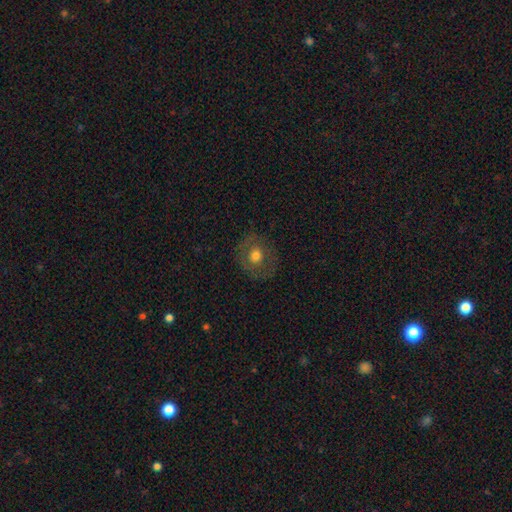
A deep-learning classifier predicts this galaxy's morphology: A smooth galaxy with no disk features (62%) that is round (81%).

Vote fractions:
- Smooth or featured? smooth: 62% / featured or disk: 28% / star or artifact: 10%
- How rounded? round: 81% / in between: 18% / cigar-shaped: 1%
- Merging? none: 81% / minor disturbance: 12% / major disturbance: 6% / merger: 1%